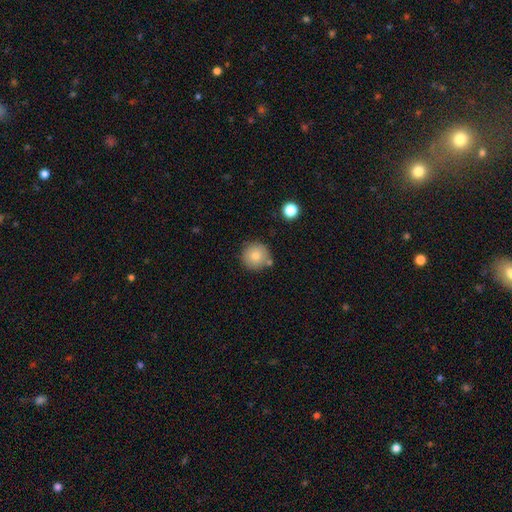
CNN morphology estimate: Q: Smooth or featured?
A: smooth (81%); runner-up: featured or disk (10%)
Q: How rounded?
A: round (95%); runner-up: in between (4%)
Q: Merging?
A: none (78%); runner-up: minor disturbance (11%)